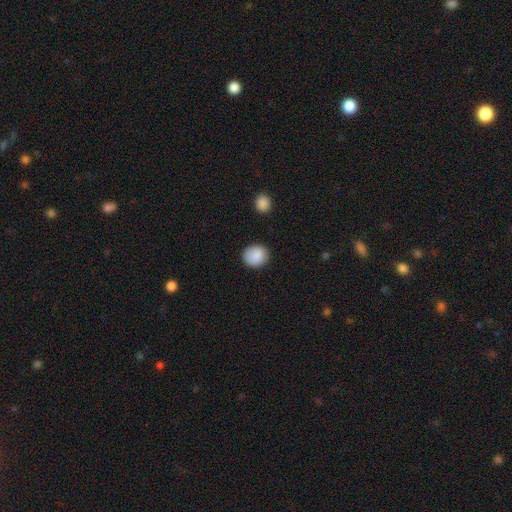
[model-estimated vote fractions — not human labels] Smooth or featured? Predicted: smooth (p=0.88). How rounded? Predicted: round (p=0.81). Merging? Predicted: none (p=0.87).